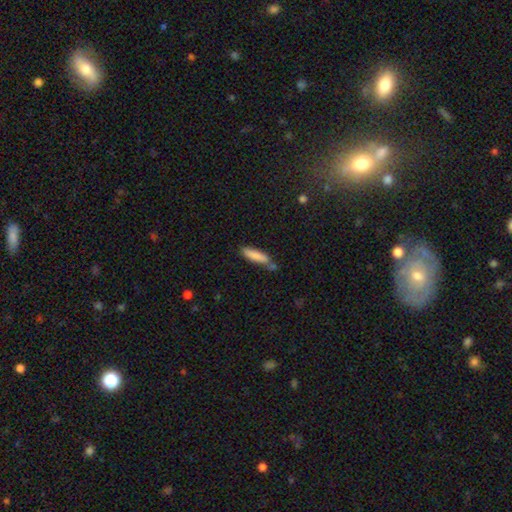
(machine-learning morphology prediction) A smooth galaxy with no disk features (82%) that is cigar-shaped (71%).

Vote fractions:
- Smooth or featured? smooth: 82% / featured or disk: 11% / star or artifact: 6%
- How rounded? cigar-shaped: 71% / in between: 27% / round: 1%
- Merging? none: 61% / minor disturbance: 20% / merger: 14% / major disturbance: 5%